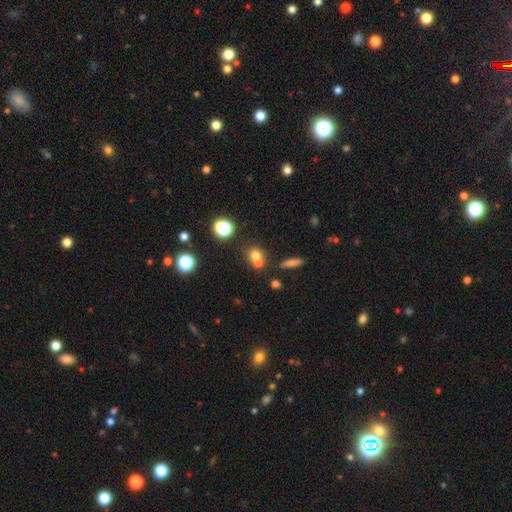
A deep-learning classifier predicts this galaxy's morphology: smooth_or_featured: smooth (p=0.68) [alt: star or artifact p=0.18]
how_rounded: round (p=0.79) [alt: in between p=0.19]
merging: merger (p=0.47) [alt: none p=0.43]